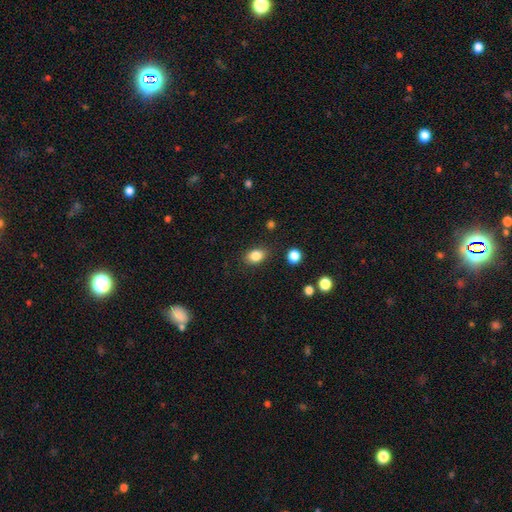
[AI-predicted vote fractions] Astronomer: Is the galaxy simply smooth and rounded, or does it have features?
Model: smooth — 84%.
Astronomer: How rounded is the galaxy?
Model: in between — 76%.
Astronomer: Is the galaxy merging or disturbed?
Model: none — 84%.